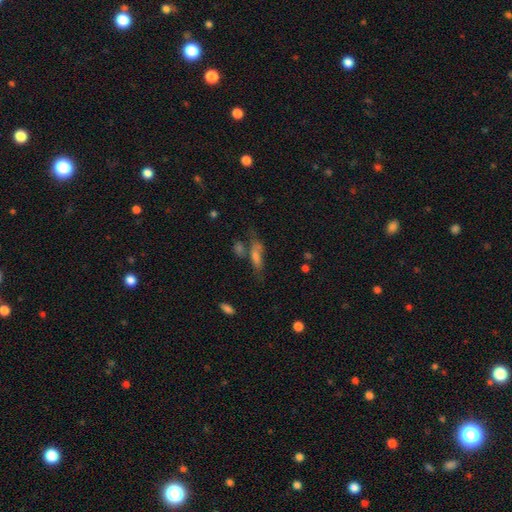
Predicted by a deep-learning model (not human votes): Smooth or featured: smooth — 49% (featured or disk — 31%)
Merging: none — 45% (merger — 23%)